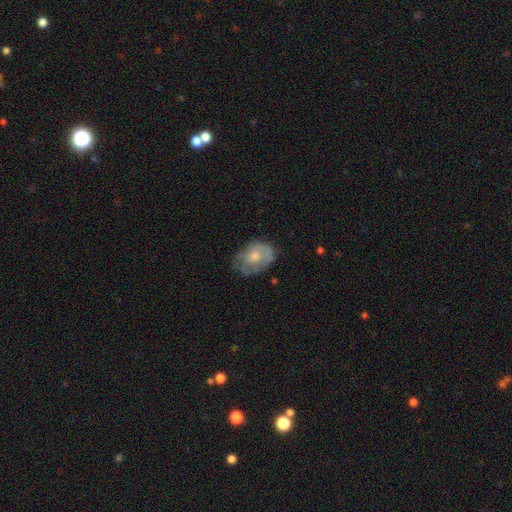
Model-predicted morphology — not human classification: This appears to be a smooth galaxy with no disk features (51%) that is in between round and cigar-shaped (64%). Merging: none (55%).